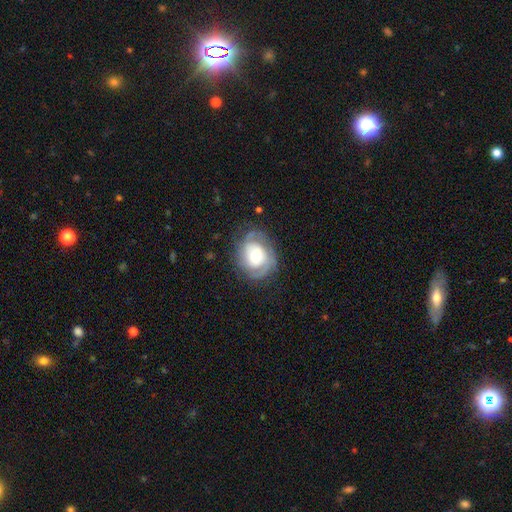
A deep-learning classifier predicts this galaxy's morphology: The model was most divided on "spiral winding": tight: 53%, medium: 34%, loose: 13%. Remaining: edge-on disk — no (97%); spiral arms — yes (84%); bar — no (72%); merging — none (68%); smooth or featured — featured or disk (67%); bulge size — moderate (57%); spiral arm count — 2 (46%).